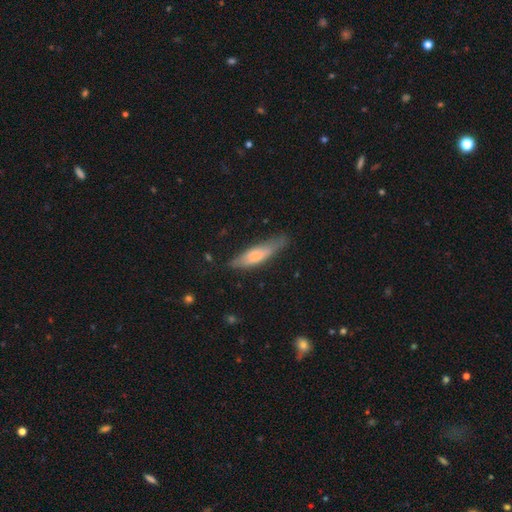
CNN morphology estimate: Smooth or featured? Predicted: smooth (p=0.61). How rounded? Predicted: cigar-shaped (p=0.71). Merging? Predicted: none (p=0.70).